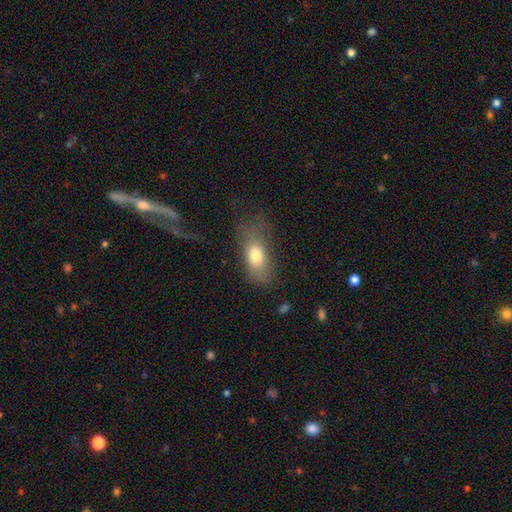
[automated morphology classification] Overall: smooth (75%). How rounded: in between (82%). Merging: none (48%; minor disturbance 25%).